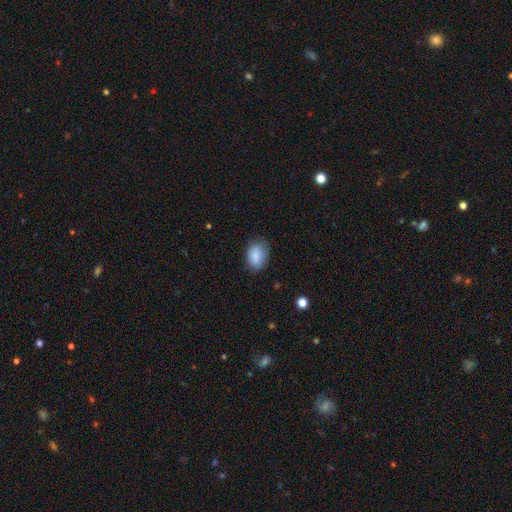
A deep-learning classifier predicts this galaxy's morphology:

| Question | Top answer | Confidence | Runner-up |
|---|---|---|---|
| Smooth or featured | smooth | 85% | featured or disk (8%) |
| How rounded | in between | 81% | round (17%) |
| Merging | none | 72% | minor disturbance (22%) |